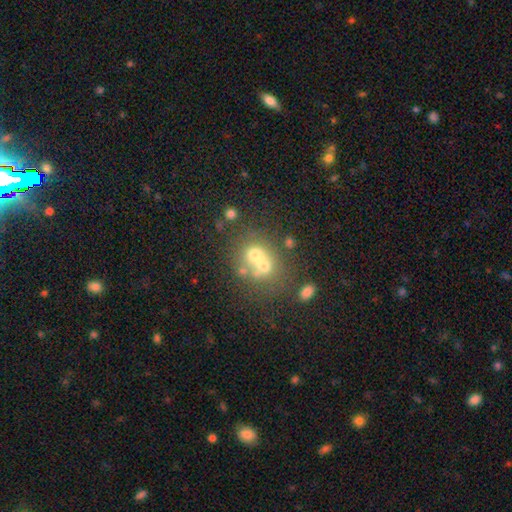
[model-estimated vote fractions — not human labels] Smooth or featured? Predicted: smooth (p=0.54). How rounded? Predicted: round (p=0.69). Merging? Predicted: merger (p=0.56).